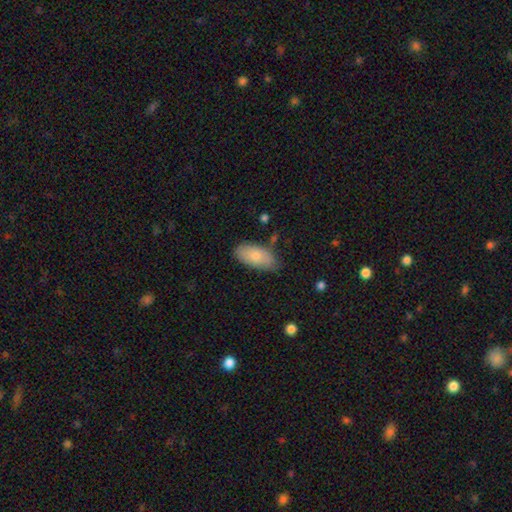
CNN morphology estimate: Smooth or featured: smooth — 79% (featured or disk — 15%)
How rounded: in between — 92% (cigar-shaped — 5%)
Merging: none — 73% (minor disturbance — 20%)